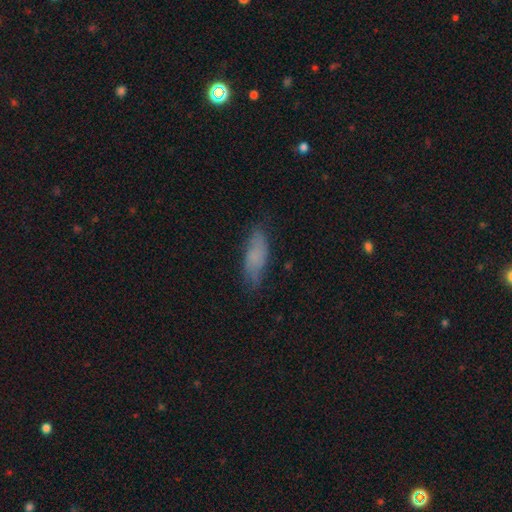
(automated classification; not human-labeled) smooth-or-featured: smooth: 70% | featured or disk: 21% | star or artifact: 9%
  how-rounded: in between: 61% | cigar-shaped: 37% | round: 2%
  merging: none: 71% | minor disturbance: 21% | major disturbance: 6% | merger: 2%